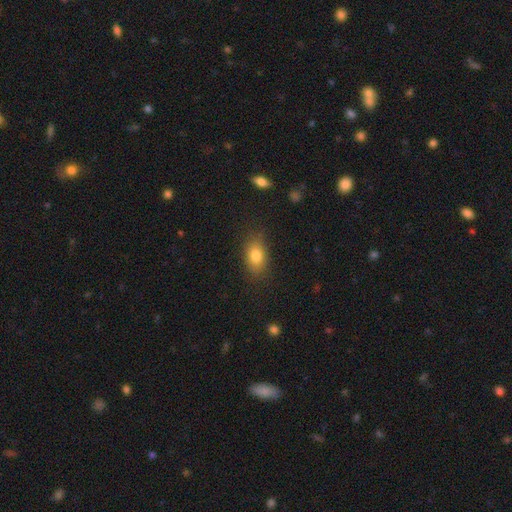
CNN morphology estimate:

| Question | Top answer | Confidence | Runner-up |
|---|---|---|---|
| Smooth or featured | smooth | 81% | featured or disk (10%) |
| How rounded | in between | 83% | round (14%) |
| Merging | none | 80% | minor disturbance (14%) |